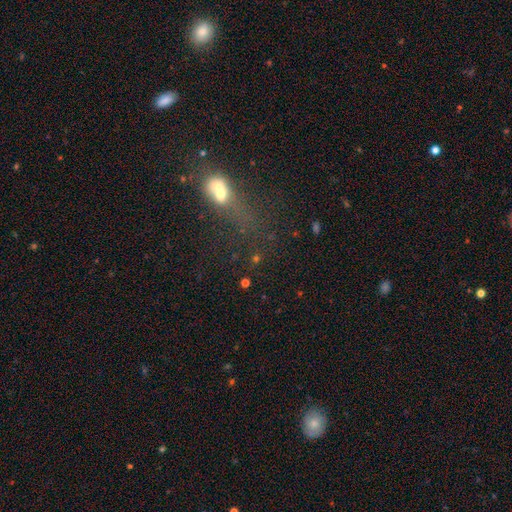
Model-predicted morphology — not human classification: A smooth galaxy with no disk features (45%). Merging: merger (33%).